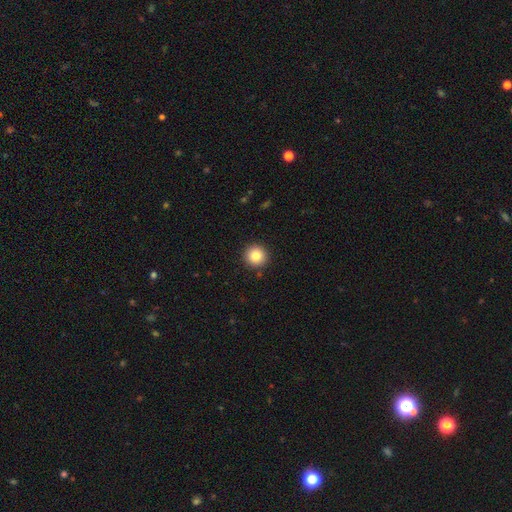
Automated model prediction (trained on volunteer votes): smooth-or-featured: smooth: 83% | star or artifact: 10% | featured or disk: 7%
  how-rounded: round: 95% | in between: 4% | cigar-shaped: 1%
  merging: none: 91% | minor disturbance: 6% | major disturbance: 2% | merger: 1%